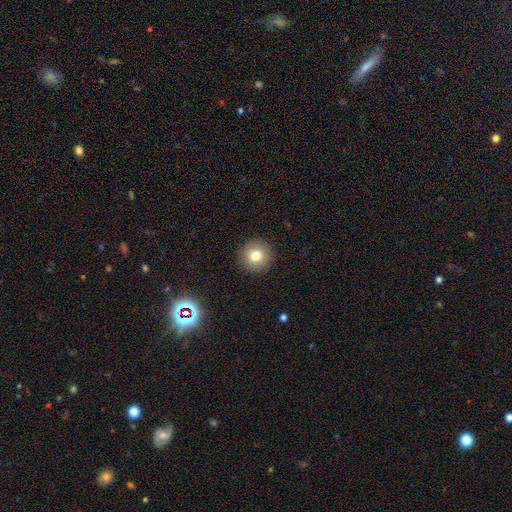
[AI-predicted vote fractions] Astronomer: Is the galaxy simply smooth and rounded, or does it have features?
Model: smooth — 79%.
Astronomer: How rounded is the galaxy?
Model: round — 95%.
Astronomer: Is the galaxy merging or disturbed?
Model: none — 92%.